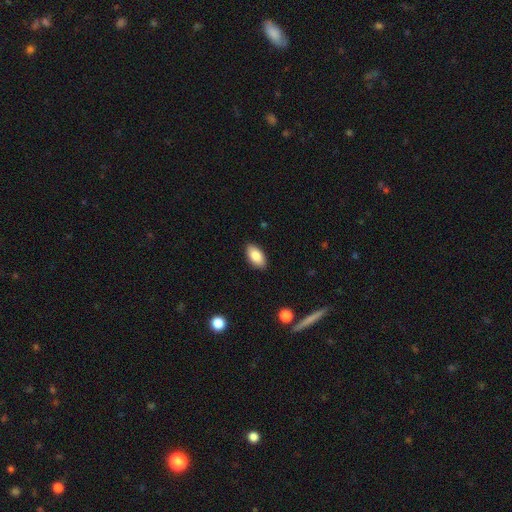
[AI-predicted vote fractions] Smooth or featured? Predicted: smooth (p=0.85). How rounded? Predicted: in between (p=0.93). Merging? Predicted: none (p=0.88).